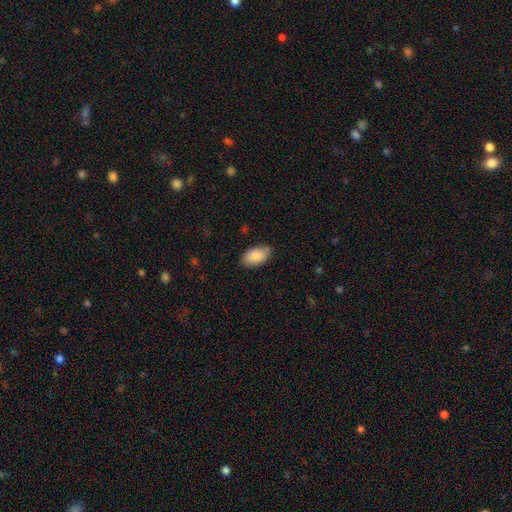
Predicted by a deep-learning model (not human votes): smooth_or_featured: smooth (p=0.84) [alt: featured or disk p=0.10]
how_rounded: in between (p=0.95) [alt: round p=0.04]
merging: none (p=0.81) [alt: minor disturbance p=0.16]